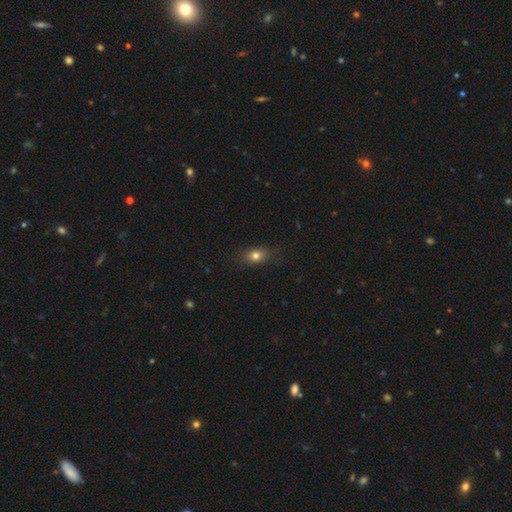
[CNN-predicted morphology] Overall: smooth (77%). How rounded: in between (67%; round 27%). Merging: none (80%).